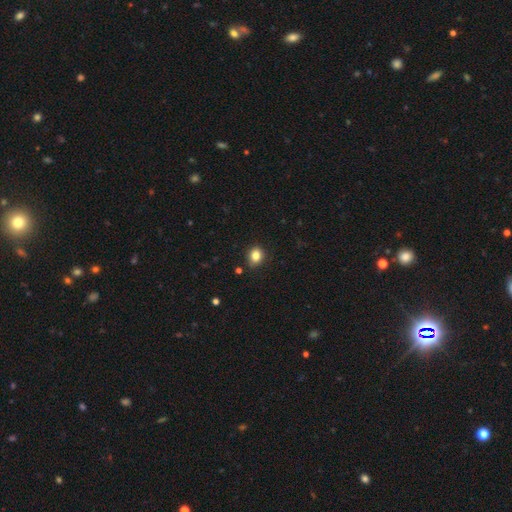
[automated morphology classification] Q: Smooth or featured?
A: smooth (84%); runner-up: star or artifact (11%)
Q: How rounded?
A: round (62%); runner-up: in between (37%)
Q: Merging?
A: none (84%); runner-up: minor disturbance (11%)